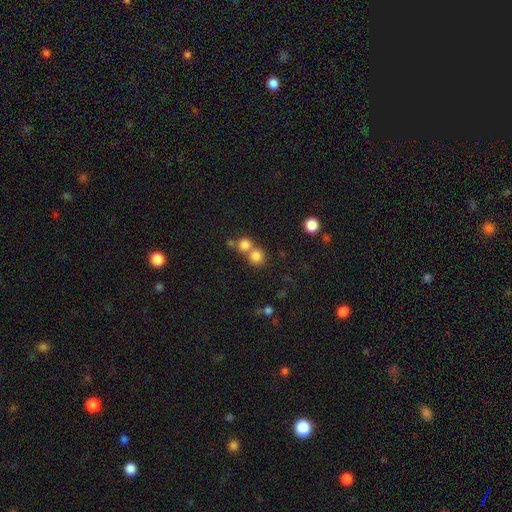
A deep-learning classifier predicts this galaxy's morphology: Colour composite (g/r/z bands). It shows a smooth galaxy with no disk features (79%) that is round (89%). Merging: none (49%).